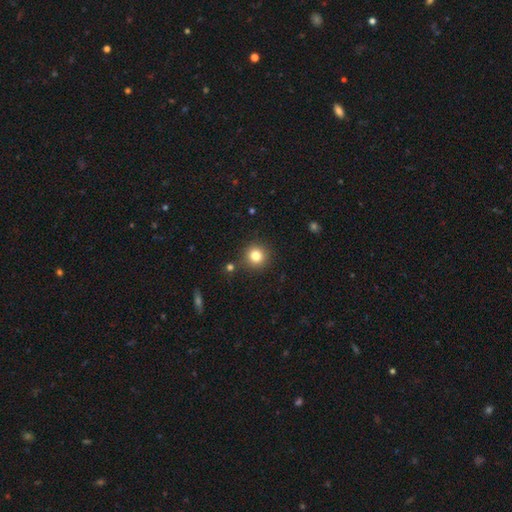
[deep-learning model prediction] smooth 81%, star or artifact 12%, featured or disk 6%. Down the decision tree: how rounded — round (93%); merging — none (87%).